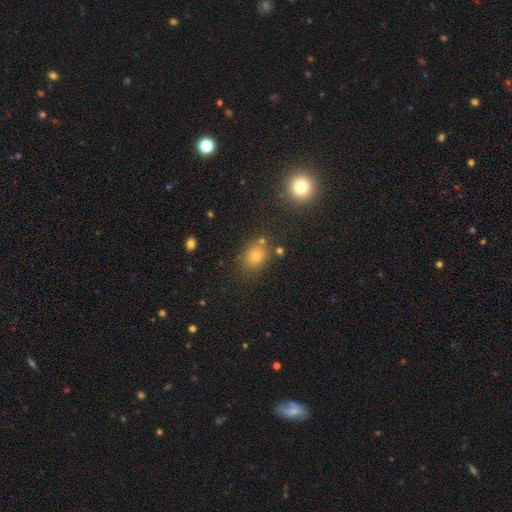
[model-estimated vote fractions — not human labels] Smooth or featured? smooth (70%)
How rounded? round (55%)
Merging? none (78%)